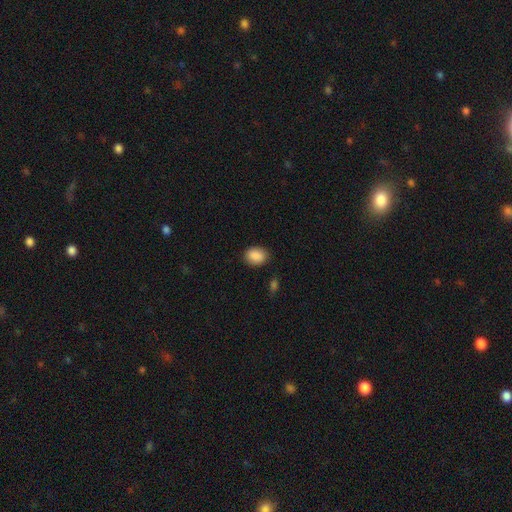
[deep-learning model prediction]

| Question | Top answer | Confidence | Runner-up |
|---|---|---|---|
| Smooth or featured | smooth | 89% | star or artifact (7%) |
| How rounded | in between | 67% | round (32%) |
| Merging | none | 84% | minor disturbance (12%) |